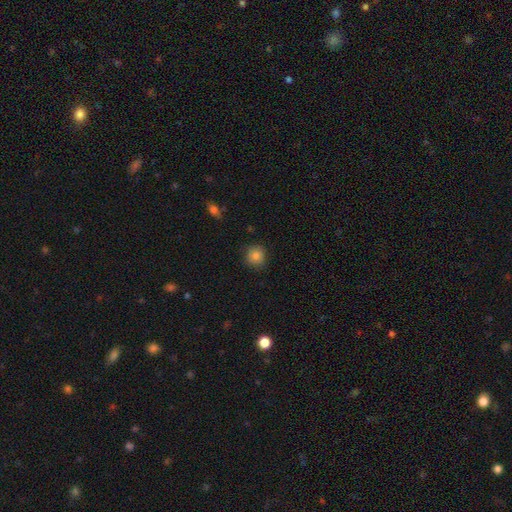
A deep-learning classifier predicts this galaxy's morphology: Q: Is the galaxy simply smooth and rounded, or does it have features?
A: smooth — 84%.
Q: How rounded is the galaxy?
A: round — 91%.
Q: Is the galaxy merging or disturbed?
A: none — 86%.